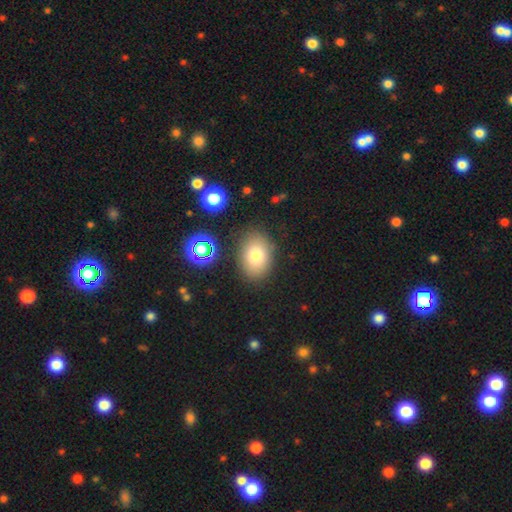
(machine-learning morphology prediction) Smooth or featured? Predicted: smooth (p=0.77). How rounded? Predicted: in between (p=0.74). Merging? Predicted: none (p=0.84).